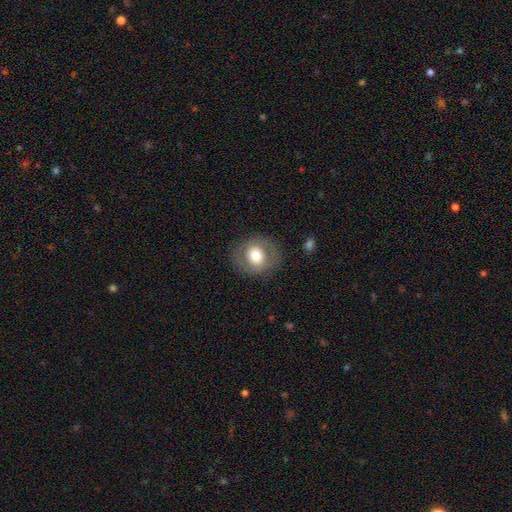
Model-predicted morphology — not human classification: The model was most divided on "smooth or featured": smooth: 60%, featured or disk: 32%, star or artifact: 8%. More confident: merging — none (82%); how rounded — round (79%).